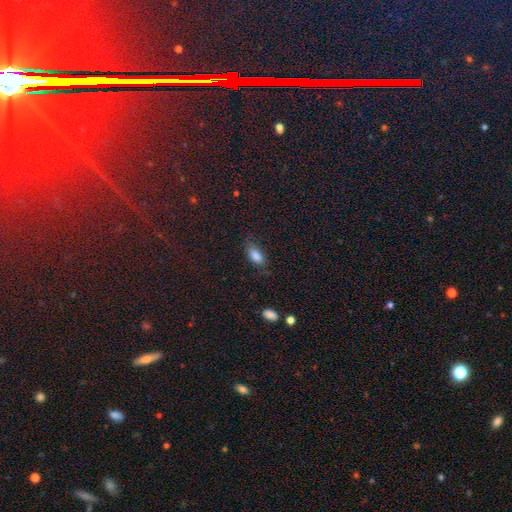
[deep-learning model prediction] This is clearly a smooth galaxy (81%). How rounded: clearly in between (86%). Merging: likely none (69%).